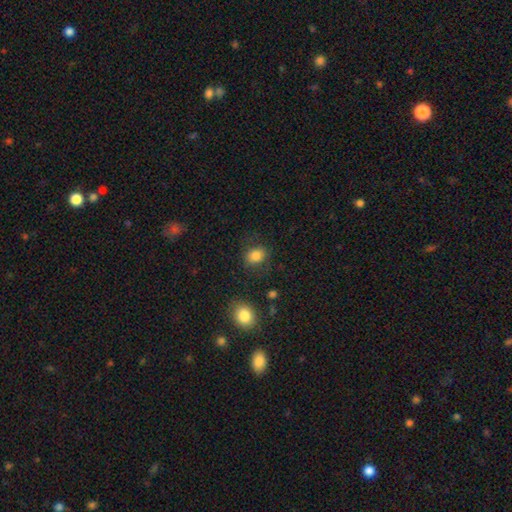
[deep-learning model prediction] smooth_or_featured: smooth (p=0.83) [alt: star or artifact p=0.11]
how_rounded: round (p=0.56) [alt: in between p=0.43]
merging: none (p=0.78) [alt: minor disturbance p=0.14]